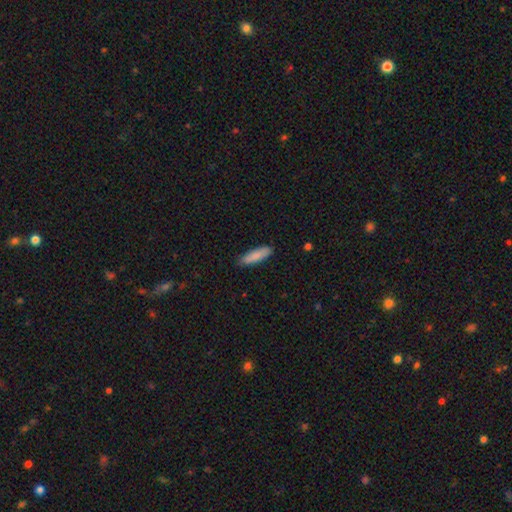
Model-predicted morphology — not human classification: This appears to be a smooth galaxy with no disk features (86%) that is cigar-shaped (61%). Merging: none (88%).